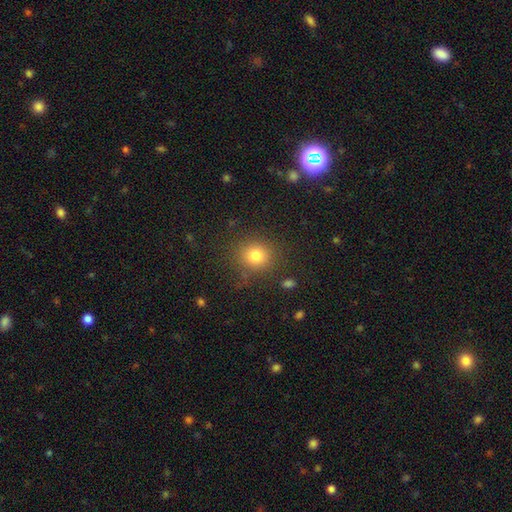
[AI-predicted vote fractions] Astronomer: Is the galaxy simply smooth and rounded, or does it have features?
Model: smooth — 79%.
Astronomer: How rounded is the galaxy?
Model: round — 84%.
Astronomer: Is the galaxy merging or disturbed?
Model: none — 83%.